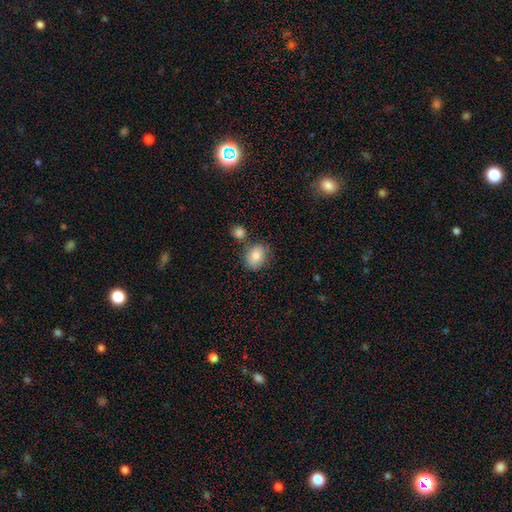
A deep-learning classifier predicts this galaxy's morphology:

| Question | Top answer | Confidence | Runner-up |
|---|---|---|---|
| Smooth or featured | smooth | 81% | featured or disk (10%) |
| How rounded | round | 53% | in between (46%) |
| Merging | none | 69% | minor disturbance (15%) |